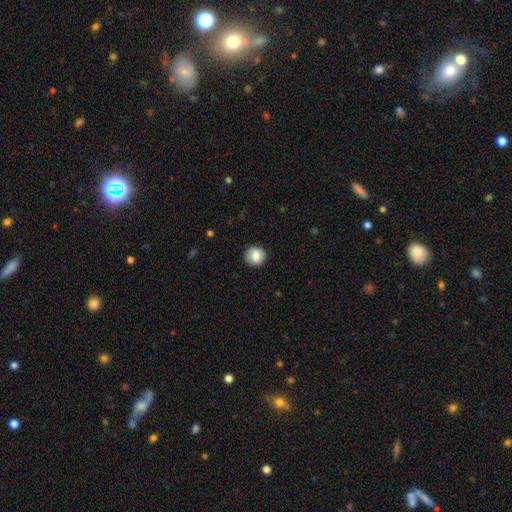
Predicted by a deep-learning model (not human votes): smooth 81%, featured or disk 12%, star or artifact 8%. Down the decision tree: how rounded — round (87%); merging — none (86%).